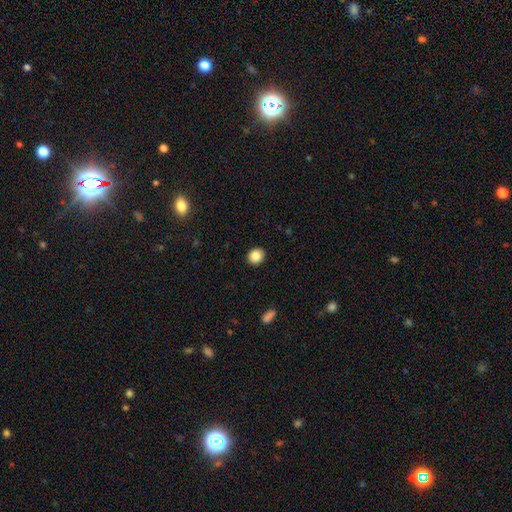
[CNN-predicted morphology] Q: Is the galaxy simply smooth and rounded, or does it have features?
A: smooth — 84%.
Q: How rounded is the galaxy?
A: round — 72%.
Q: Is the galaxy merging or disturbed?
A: none — 92%.